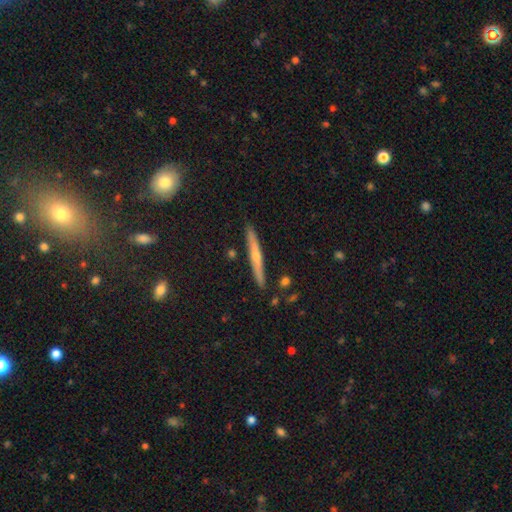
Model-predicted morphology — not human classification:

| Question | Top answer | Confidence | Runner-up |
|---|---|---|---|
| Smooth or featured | featured or disk | 60% | smooth (32%) |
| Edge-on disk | yes | 97% | no (3%) |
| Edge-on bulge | rounded | 70% | none (25%) |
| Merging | none | 90% | minor disturbance (7%) |